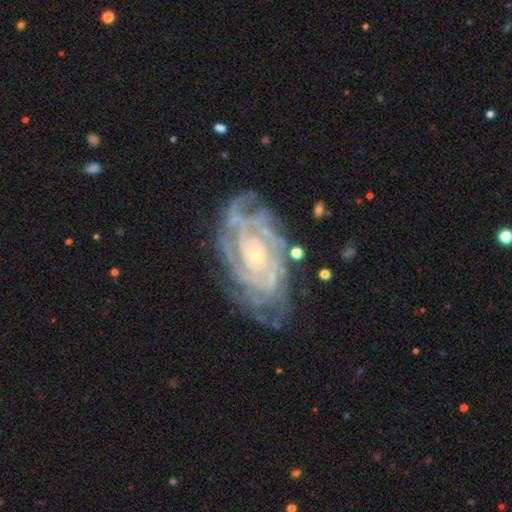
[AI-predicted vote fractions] smooth-or-featured: featured or disk: 90% | star or artifact: 6% | smooth: 4%
  disk-edge-on: no: 96% | yes: 4%
    bar: no: 75% | weak: 18% | strong: 7%
    has-spiral-arms: yes: 98% | no: 2%
      spiral-winding: tight: 80% | medium: 17% | loose: 3%
      spiral-arm-count: can't tell: 25% | 4: 23% | more than 4: 16% | 3: 16% | 2: 13% | 1: 7%
    bulge-size: small: 82% | moderate: 14% | none: 2% | large: 1% | dominant: 1%
  merging: none: 72% | minor disturbance: 19% | major disturbance: 8% | merger: 2%